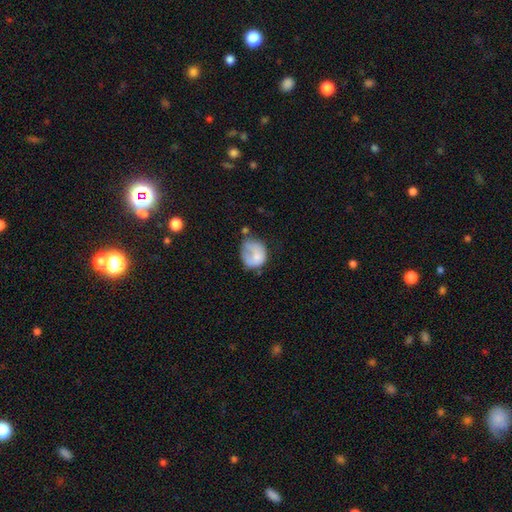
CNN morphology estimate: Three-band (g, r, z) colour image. It shows a smooth galaxy with no disk features (68%) that is round (66%). Merging: none (34%).